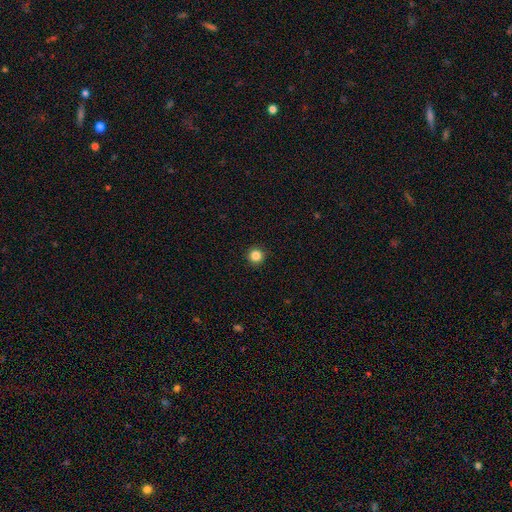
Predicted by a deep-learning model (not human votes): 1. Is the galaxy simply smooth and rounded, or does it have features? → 85% smooth, 11% star or artifact, 3% featured or disk.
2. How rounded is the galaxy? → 96% round, 3% in between, 1% cigar-shaped.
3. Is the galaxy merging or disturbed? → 93% none, 4% minor disturbance, 2% major disturbance, 1% merger.